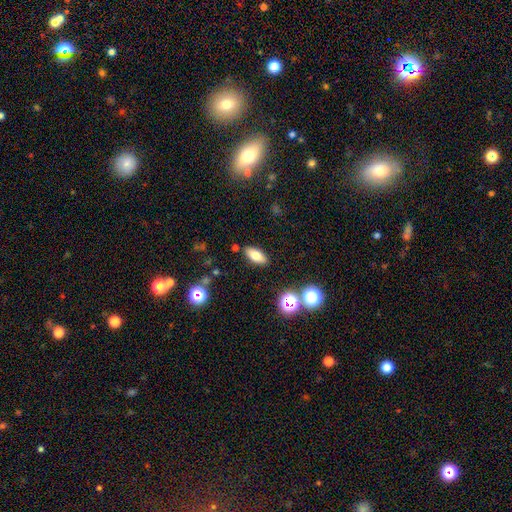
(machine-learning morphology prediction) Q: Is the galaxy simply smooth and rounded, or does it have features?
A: smooth — 74%.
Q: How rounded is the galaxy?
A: in between — 80%.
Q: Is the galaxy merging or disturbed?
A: none — 86%.